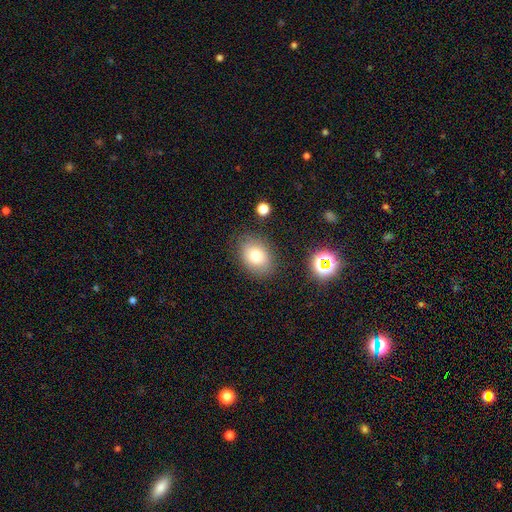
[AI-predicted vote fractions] Smooth or featured? Predicted: smooth (p=0.77). How rounded? Predicted: in between (p=0.72). Merging? Predicted: none (p=0.80).